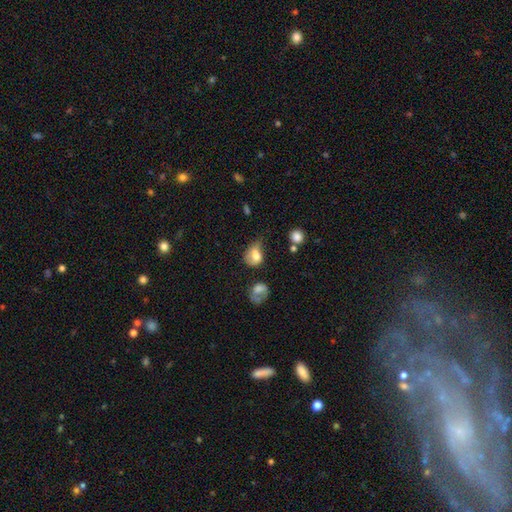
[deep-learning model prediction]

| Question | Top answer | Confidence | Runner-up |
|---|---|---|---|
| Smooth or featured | smooth | 71% | featured or disk (18%) |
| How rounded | in between | 58% | round (41%) |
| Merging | minor disturbance | 34% | major disturbance (28%) |